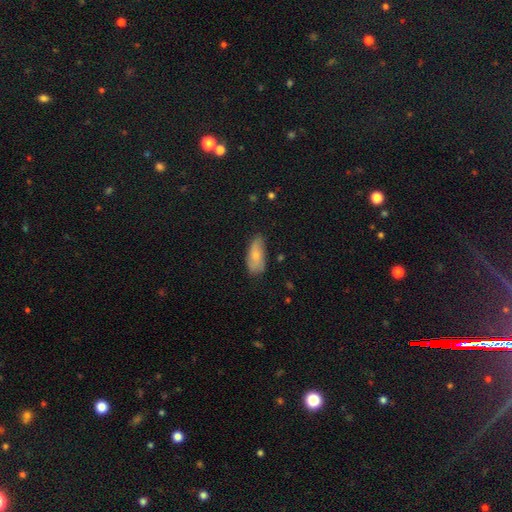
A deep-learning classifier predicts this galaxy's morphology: A smooth galaxy with no disk features (69%) that is in between round and cigar-shaped (85%). Merging: none (64%).